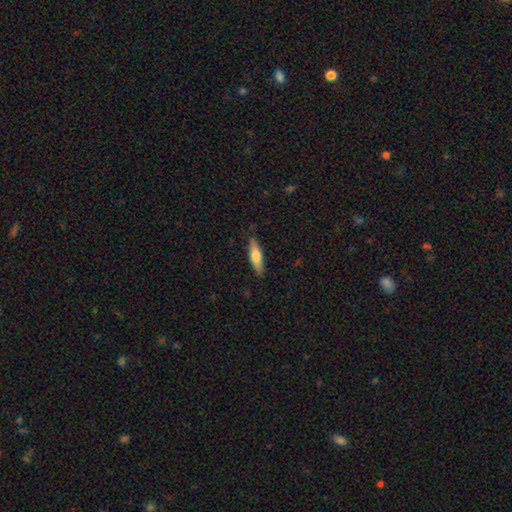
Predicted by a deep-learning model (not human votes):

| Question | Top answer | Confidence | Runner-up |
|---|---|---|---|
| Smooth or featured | smooth | 66% | featured or disk (29%) |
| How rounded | cigar-shaped | 67% | in between (31%) |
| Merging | none | 85% | minor disturbance (12%) |